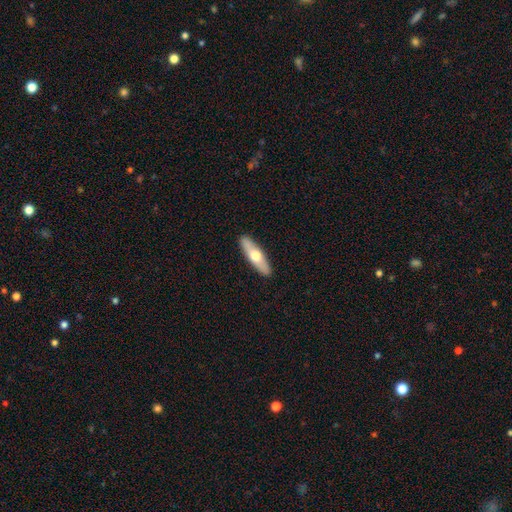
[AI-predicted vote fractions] This appears to be a smooth galaxy with no disk features (52%) that is cigar-shaped (67%). Merging: none (90%).